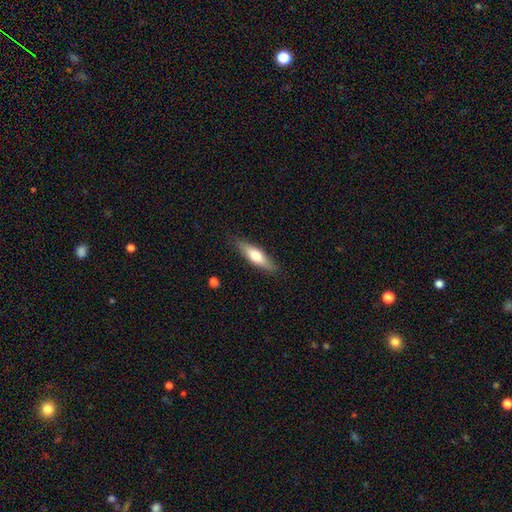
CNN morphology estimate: A smooth galaxy with no disk features (56%) that is cigar-shaped (62%). Merging: none (85%).